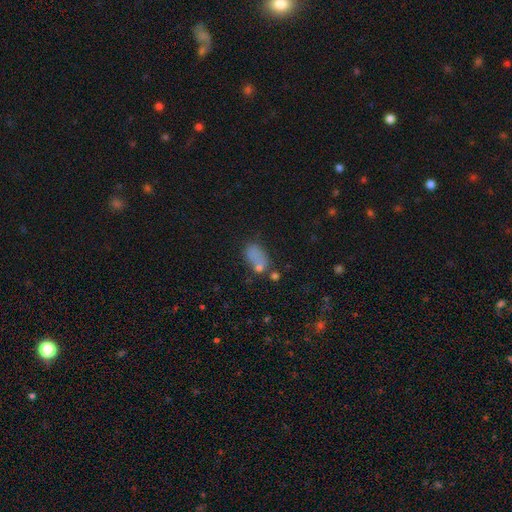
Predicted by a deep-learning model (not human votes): smooth_or_featured: smooth (p=0.69) [alt: star or artifact p=0.16]
how_rounded: in between (p=0.85) [alt: round p=0.12]
merging: none (p=0.35) [alt: merger p=0.23]